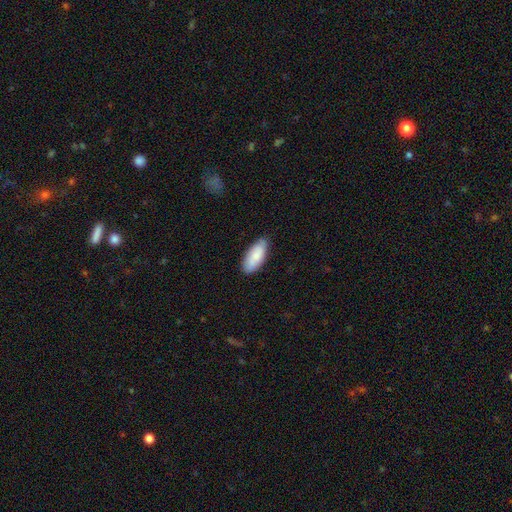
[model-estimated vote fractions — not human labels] smooth-or-featured: smooth: 80% | featured or disk: 14% | star or artifact: 5%
  how-rounded: in between: 86% | cigar-shaped: 13% | round: 2%
  merging: none: 82% | minor disturbance: 15% | major disturbance: 2% | merger: 1%